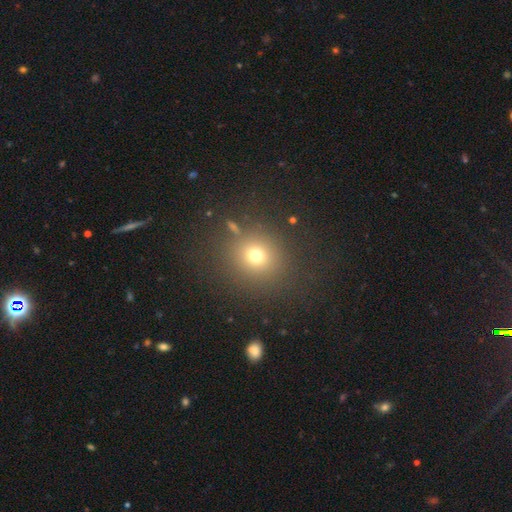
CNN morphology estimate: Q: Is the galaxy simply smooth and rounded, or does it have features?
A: smooth — 71%.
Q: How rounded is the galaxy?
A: round — 88%.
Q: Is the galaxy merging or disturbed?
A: none — 83%.